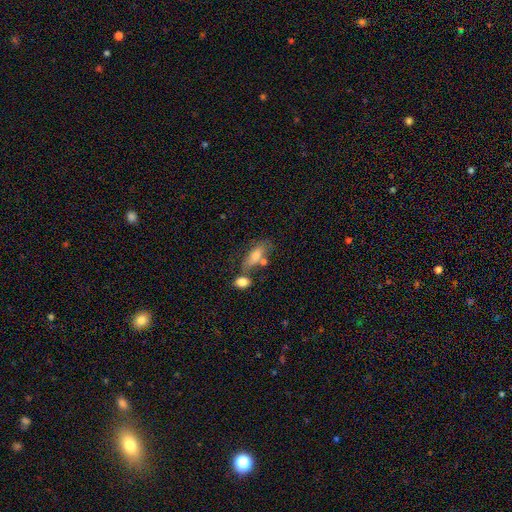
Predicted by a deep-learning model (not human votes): Smooth or featured: smooth — 55% (featured or disk — 32%)
How rounded: in between — 66% (cigar-shaped — 29%)
Merging: none — 47% (merger — 23%)